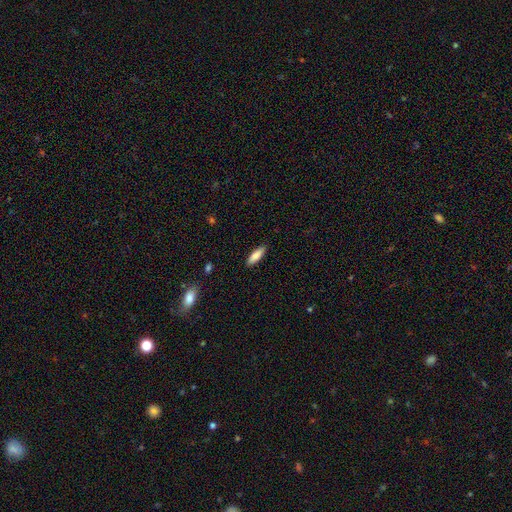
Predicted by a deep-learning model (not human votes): Morphology: type=smooth (83%); roundness=cigar-shaped (54%); merging=none (88%).